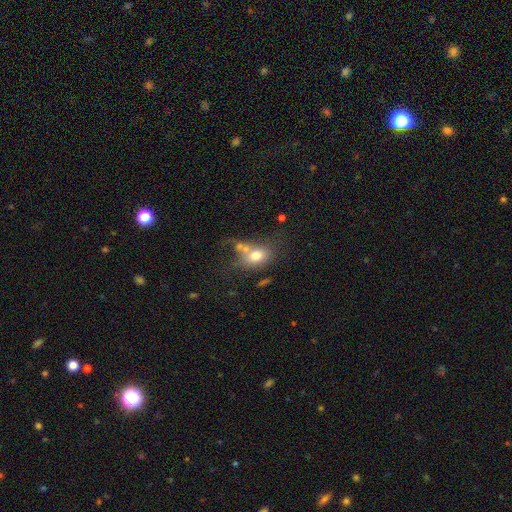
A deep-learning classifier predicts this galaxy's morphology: Smooth or featured? Predicted: smooth (p=0.70). How rounded? Predicted: in between (p=0.66). Merging? Predicted: none (p=0.36).